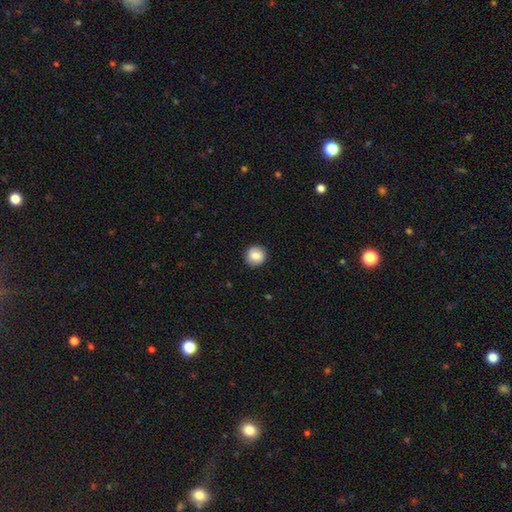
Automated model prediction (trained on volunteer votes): The model was most divided on "smooth or featured": smooth: 79%, featured or disk: 13%, star or artifact: 8%. More confident: how rounded — round (91%); merging — none (89%).